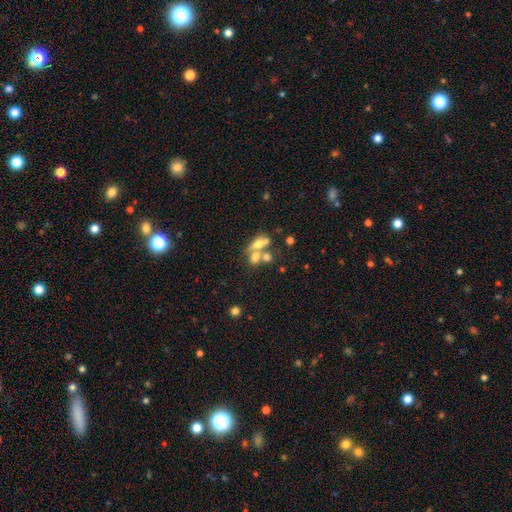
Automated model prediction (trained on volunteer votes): smooth-or-featured: smooth: 47% | featured or disk: 36% | star or artifact: 16%
  merging: merger: 56% | none: 28% | minor disturbance: 9% | major disturbance: 8%